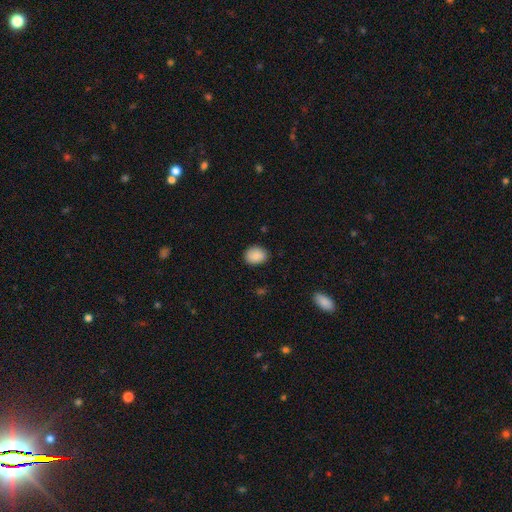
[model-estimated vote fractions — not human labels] Smooth or featured?
  - smooth: 88% *
  - star or artifact: 8%
  - featured or disk: 4%
How rounded?
  - round: 50% *
  - in between: 49%
  - cigar-shaped: 1%
Merging?
  - none: 83% *
  - minor disturbance: 13%
  - major disturbance: 3%
  - merger: 1%